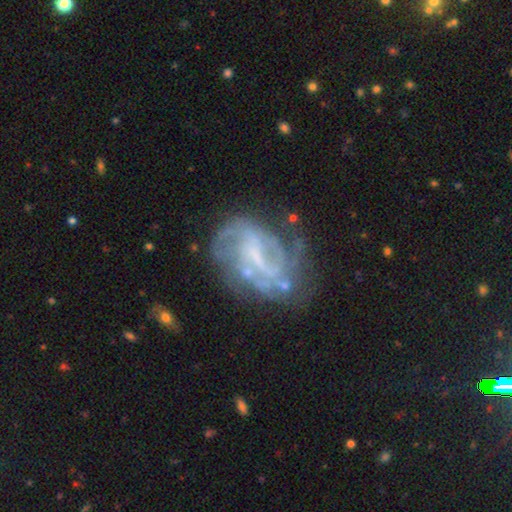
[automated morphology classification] This is clearly a featured or disk galaxy (81%). It is clearly not viewed edge-on (97%). Bar: possibly weak (46%). Spiral arm pattern: clearly yes (84%). Spiral arm count: marginally 2 (34%). Spiral winding: marginally medium (42%). Central bulge: possibly none (45%). Merging: possibly none (52%).